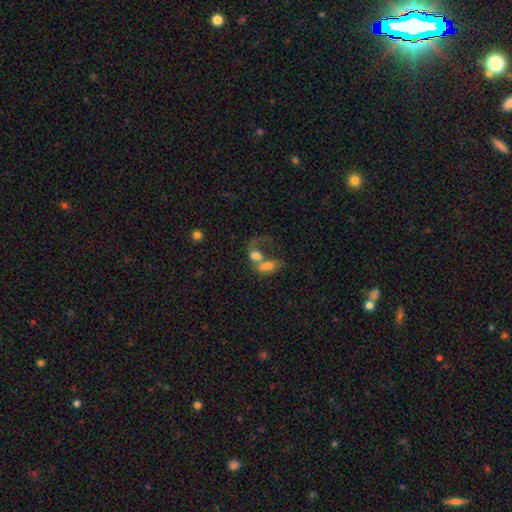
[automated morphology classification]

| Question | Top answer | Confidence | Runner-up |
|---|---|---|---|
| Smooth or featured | smooth | 61% | featured or disk (28%) |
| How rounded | in between | 77% | round (20%) |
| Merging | merger | 71% | major disturbance (13%) |